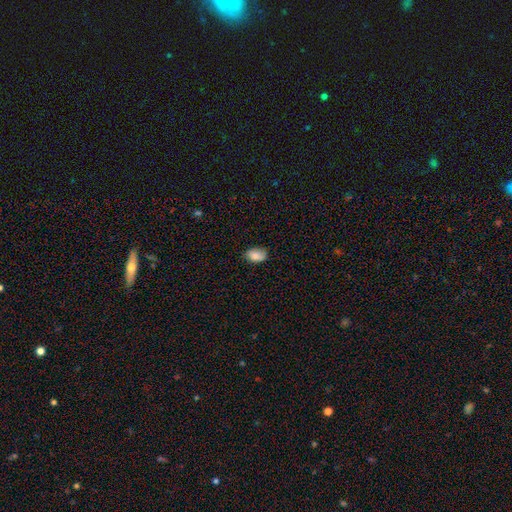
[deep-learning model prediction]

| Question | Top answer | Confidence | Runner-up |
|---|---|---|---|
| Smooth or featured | smooth | 84% | featured or disk (9%) |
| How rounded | in between | 88% | round (10%) |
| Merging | none | 74% | minor disturbance (21%) |